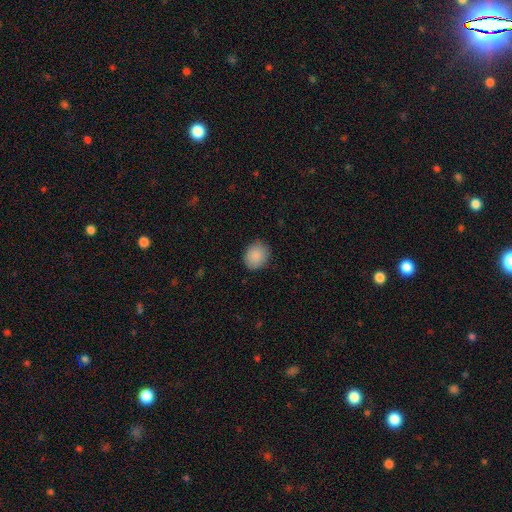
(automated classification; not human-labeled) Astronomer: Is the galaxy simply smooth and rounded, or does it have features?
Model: smooth — 89%.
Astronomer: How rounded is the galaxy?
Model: round — 62% (runner-up: in between, 37%).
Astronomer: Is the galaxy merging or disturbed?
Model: none — 84%.